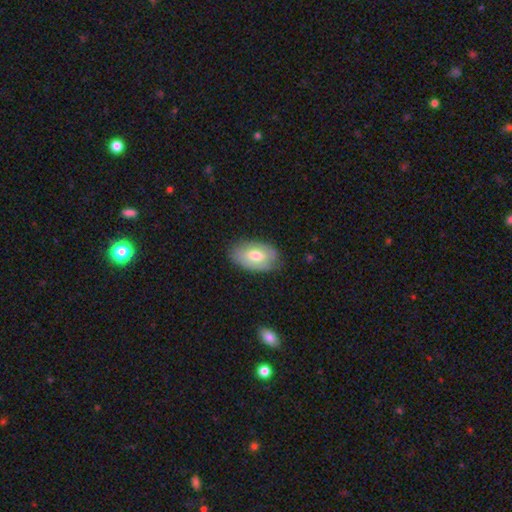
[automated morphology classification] Smooth or featured?
  - smooth: 65% *
  - featured or disk: 29%
  - star or artifact: 6%
How rounded?
  - in between: 92% *
  - round: 7%
  - cigar-shaped: 2%
Merging?
  - none: 74% *
  - minor disturbance: 20%
  - major disturbance: 4%
  - merger: 1%